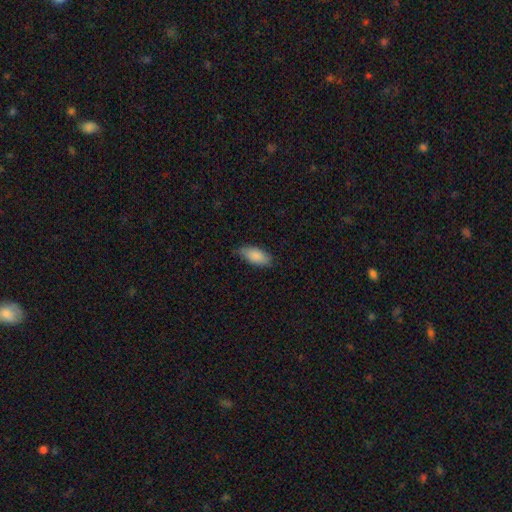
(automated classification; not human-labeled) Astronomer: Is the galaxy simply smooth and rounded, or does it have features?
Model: smooth — 85%.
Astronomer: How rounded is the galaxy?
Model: in between — 88%.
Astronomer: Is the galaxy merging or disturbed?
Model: none — 70%.